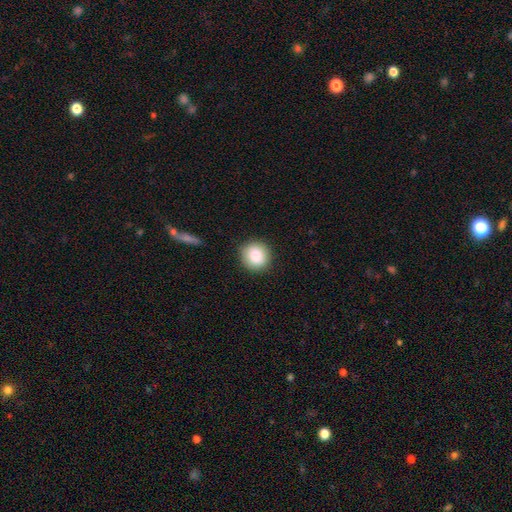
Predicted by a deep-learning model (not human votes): Morphology: type=smooth (87%); roundness=round (88%); merging=none (89%).